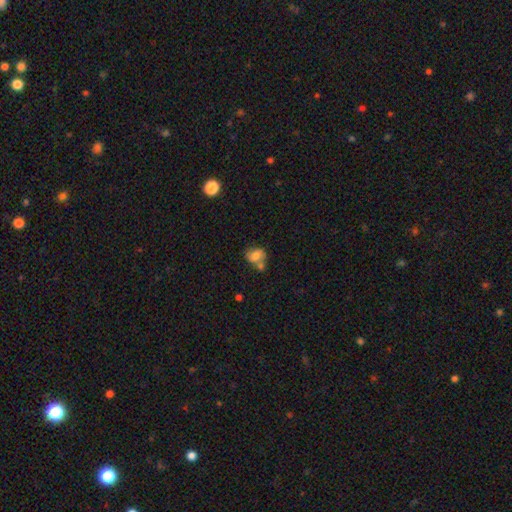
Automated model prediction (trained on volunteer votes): A smooth galaxy with no disk features (62%) that is in between round and cigar-shaped (56%). Merging: none (37%, tied with merger).